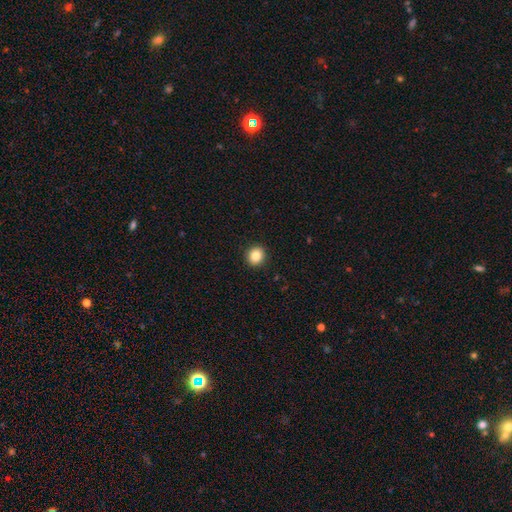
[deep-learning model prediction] A smooth galaxy with no disk features (85%) that is round (85%).

Vote fractions:
- Smooth or featured? smooth: 85% / star or artifact: 10% / featured or disk: 5%
- How rounded? round: 85% / in between: 14% / cigar-shaped: 1%
- Merging? none: 92% / minor disturbance: 5% / major disturbance: 2% / merger: 1%